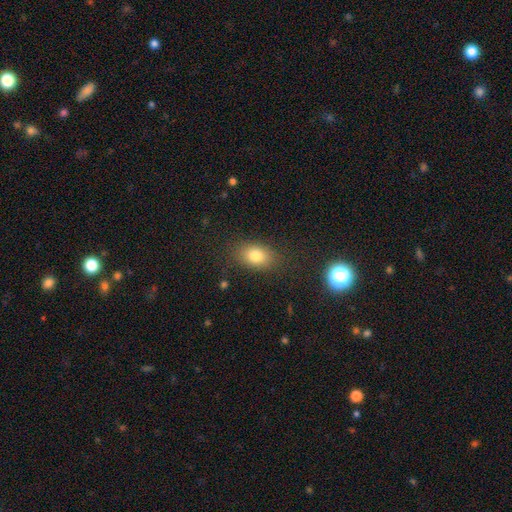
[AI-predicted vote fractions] Smooth or featured? smooth (80%)
How rounded? in between (80%)
Merging? none (83%)